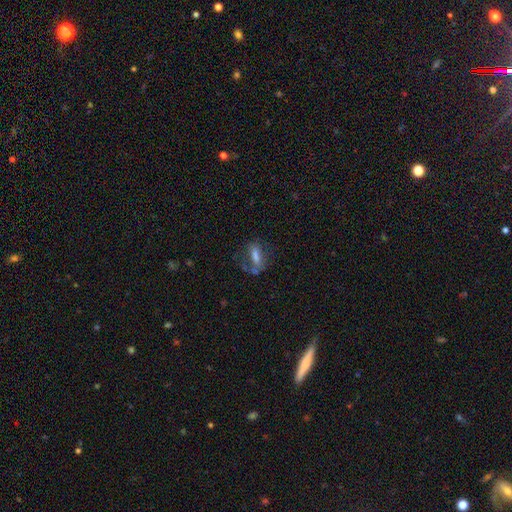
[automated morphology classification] smooth_or_featured: smooth (p=0.48) [alt: featured or disk p=0.35]
merging: none (p=0.50) [alt: major disturbance p=0.23]